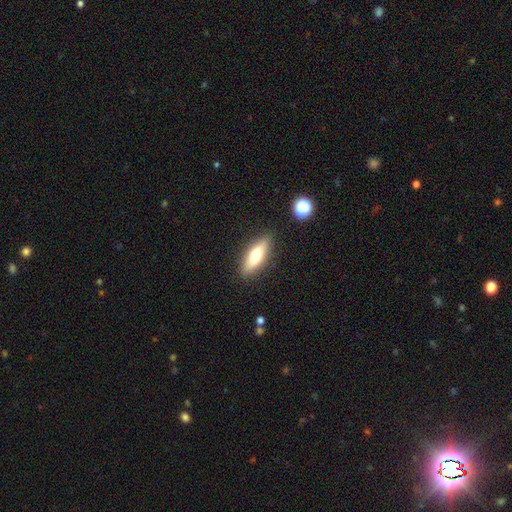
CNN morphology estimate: smooth 62%, featured or disk 32%, star or artifact 7%. Down the decision tree: how rounded — in between (54%); merging — none (86%).